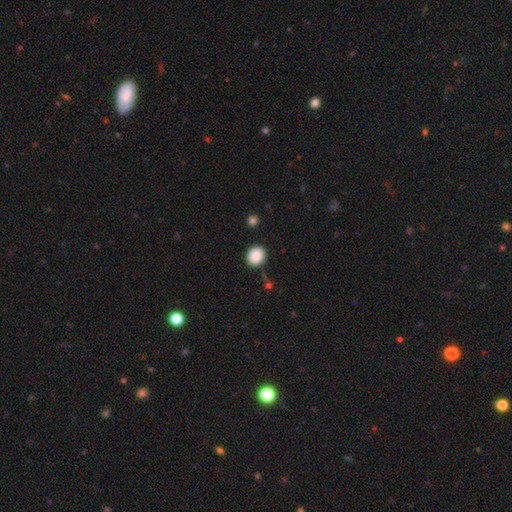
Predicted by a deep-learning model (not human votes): Smooth or featured? smooth (89%)
How rounded? round (72%)
Merging? none (86%)